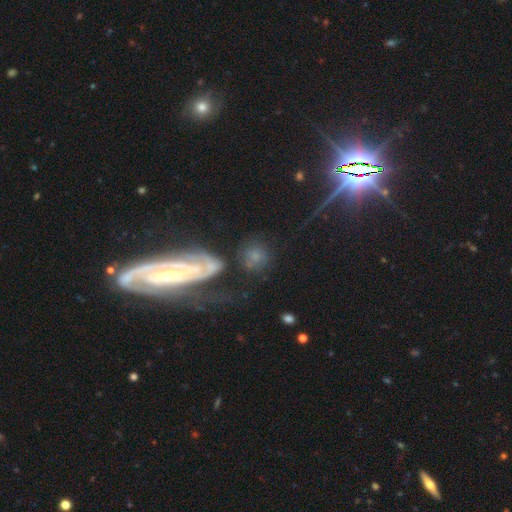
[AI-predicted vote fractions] Smooth or featured: smooth — 55% (featured or disk — 28%)
How rounded: round — 81% (in between — 16%)
Merging: none — 59% (minor disturbance — 16%)